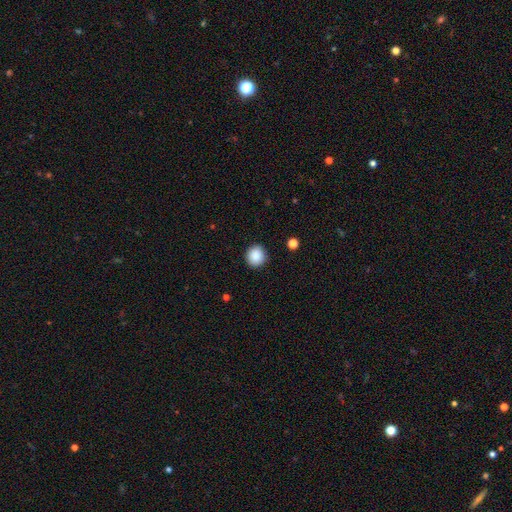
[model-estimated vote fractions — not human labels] Smooth or featured: smooth — 88% (star or artifact — 9%)
How rounded: round — 92% (in between — 7%)
Merging: none — 91% (minor disturbance — 6%)